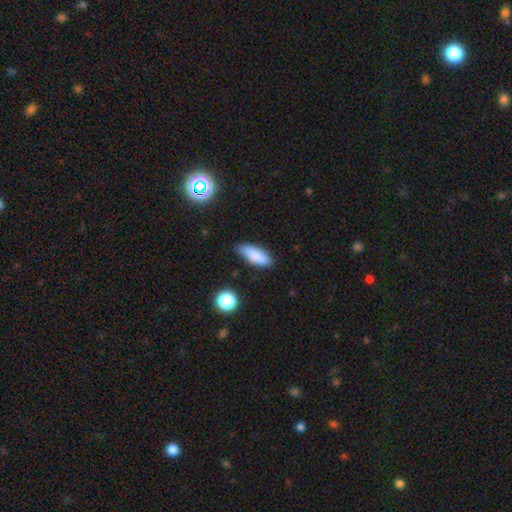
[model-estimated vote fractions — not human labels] Smooth or featured? smooth (83%)
How rounded? in between (63%)
Merging? none (81%)